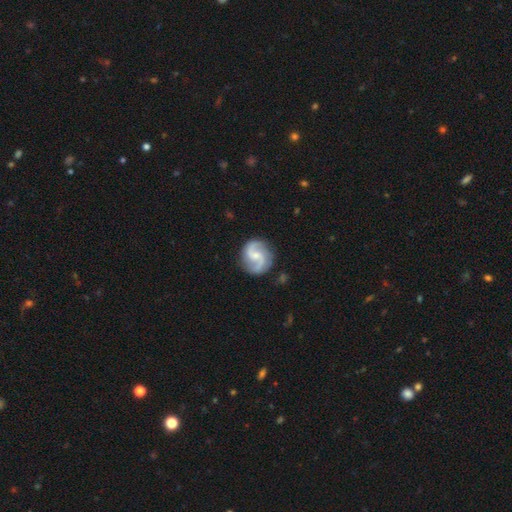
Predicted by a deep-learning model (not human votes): smooth_or_featured: featured or disk (p=0.88) [alt: smooth p=0.07]
disk_edge_on: no (p=0.98) [alt: yes p=0.02]
bar: weak (p=0.48) [alt: no p=0.40]
has_spiral_arms: yes (p=0.98) [alt: no p=0.02]
spiral_winding: medium (p=0.52) [alt: loose p=0.33]
spiral_arm_count: 2 (p=0.93) [alt: can't tell p=0.02]
bulge_size: small (p=0.53) [alt: moderate p=0.34]
merging: none (p=0.84) [alt: minor disturbance p=0.11]